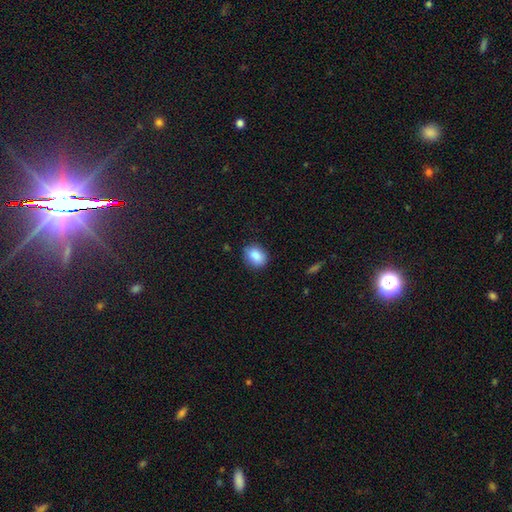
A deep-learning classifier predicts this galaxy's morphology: A smooth galaxy with no disk features (87%) that is in between round and cigar-shaped (61%).

Vote fractions:
- Smooth or featured? smooth: 87% / star or artifact: 8% / featured or disk: 5%
- How rounded? in between: 61% / round: 38% / cigar-shaped: 1%
- Merging? none: 82% / minor disturbance: 14% / major disturbance: 3% / merger: 1%